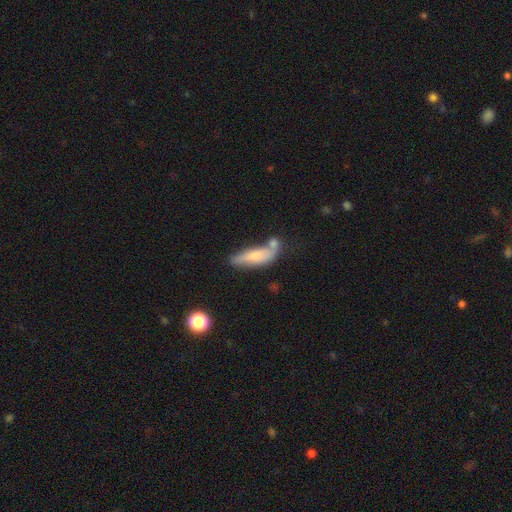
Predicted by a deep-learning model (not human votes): A smooth galaxy with no disk features (61%) that is cigar-shaped (57%).

Vote fractions:
- Smooth or featured? smooth: 61% / featured or disk: 32% / star or artifact: 7%
- How rounded? cigar-shaped: 57% / in between: 41% / round: 3%
- Merging? none: 48% / merger: 23% / minor disturbance: 21% / major disturbance: 7%